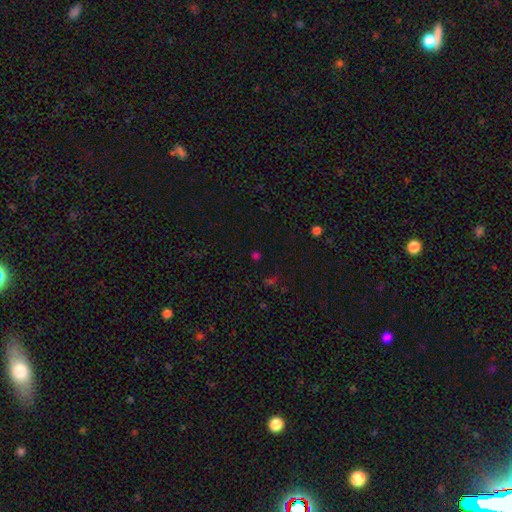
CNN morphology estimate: A star or artifact, not a galaxy (48%).

Vote fractions:
- Smooth or featured? star or artifact: 48% / smooth: 46% / featured or disk: 6%